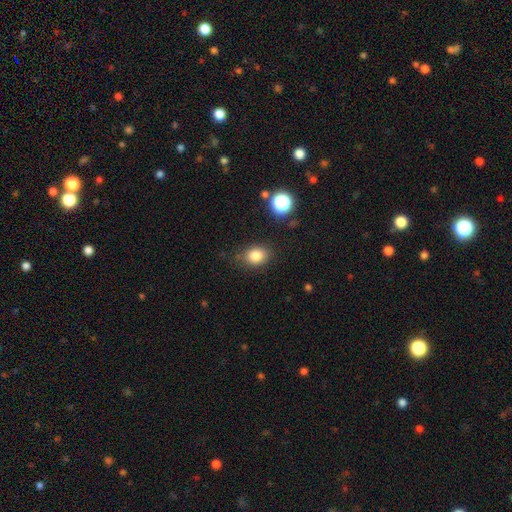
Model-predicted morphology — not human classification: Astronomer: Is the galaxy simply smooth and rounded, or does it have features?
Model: smooth — 82%.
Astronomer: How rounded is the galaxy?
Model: in between — 53% (runner-up: round, 46%).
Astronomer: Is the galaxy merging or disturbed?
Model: none — 80%.